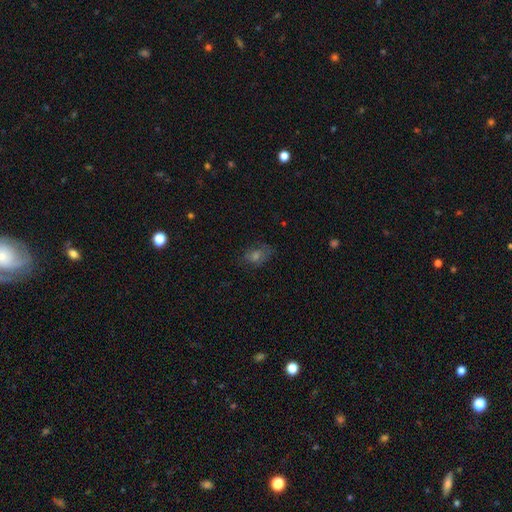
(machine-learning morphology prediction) Overall: smooth (49%; star or artifact 26%). Merging: none (73%).